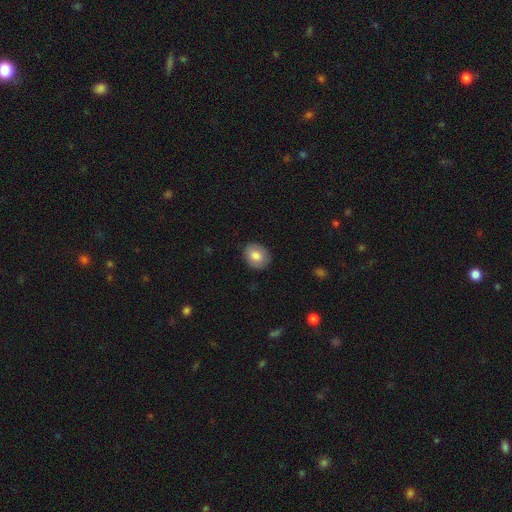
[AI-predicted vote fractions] A smooth galaxy with no disk features (80%) that is round (59%).

Vote fractions:
- Smooth or featured? smooth: 80% / featured or disk: 13% / star or artifact: 7%
- How rounded? round: 59% / in between: 40% / cigar-shaped: 1%
- Merging? none: 87% / minor disturbance: 10% / major disturbance: 2% / merger: 1%